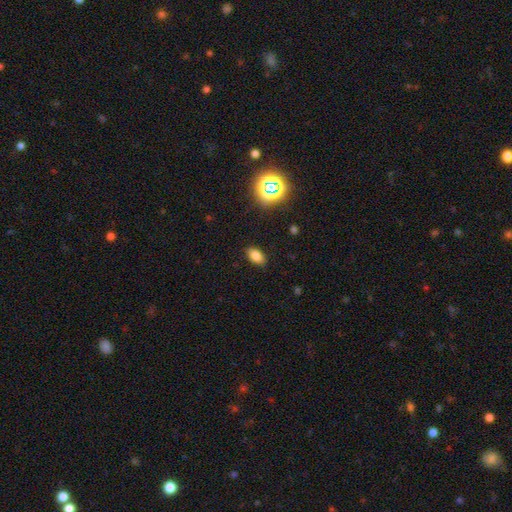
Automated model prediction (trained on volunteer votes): Overall: smooth (78%). How rounded: in between (89%). Merging: none (87%).